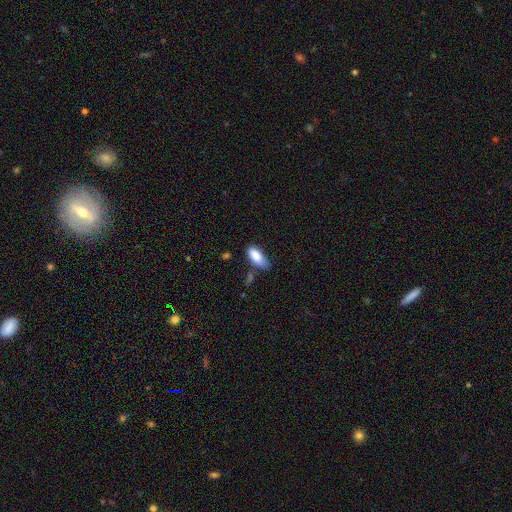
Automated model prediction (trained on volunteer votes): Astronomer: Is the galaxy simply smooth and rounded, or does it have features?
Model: smooth — 84%.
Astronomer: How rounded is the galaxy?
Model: in between — 88%.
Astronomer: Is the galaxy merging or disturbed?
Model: none — 46% (runner-up: minor disturbance, 37%).